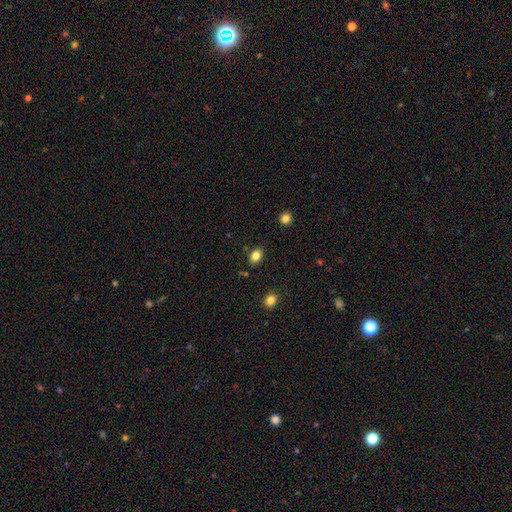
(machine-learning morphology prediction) A smooth galaxy with no disk features (83%) that is in between round and cigar-shaped (69%).

Vote fractions:
- Smooth or featured? smooth: 83% / star or artifact: 11% / featured or disk: 6%
- How rounded? in between: 69% / round: 30% / cigar-shaped: 1%
- Merging? none: 84% / minor disturbance: 10% / merger: 3% / major disturbance: 2%